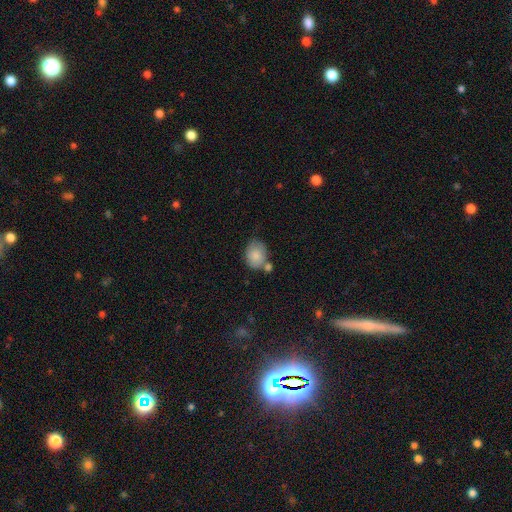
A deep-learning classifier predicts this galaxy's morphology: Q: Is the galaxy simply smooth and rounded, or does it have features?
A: smooth — 83%.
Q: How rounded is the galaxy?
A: in between — 61%.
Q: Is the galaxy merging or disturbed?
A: none — 50%.